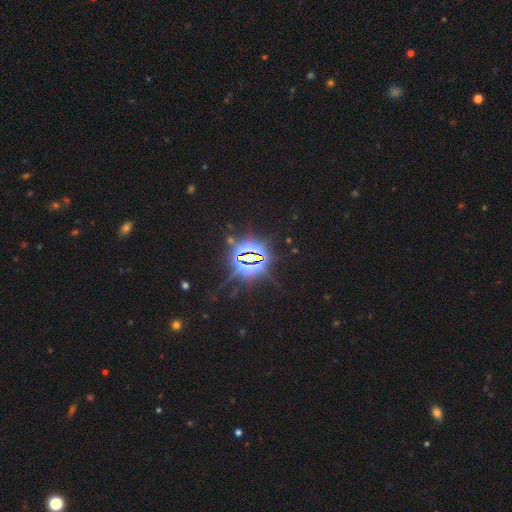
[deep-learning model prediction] smooth_or_featured: star or artifact (p=0.84) [alt: smooth p=0.10]